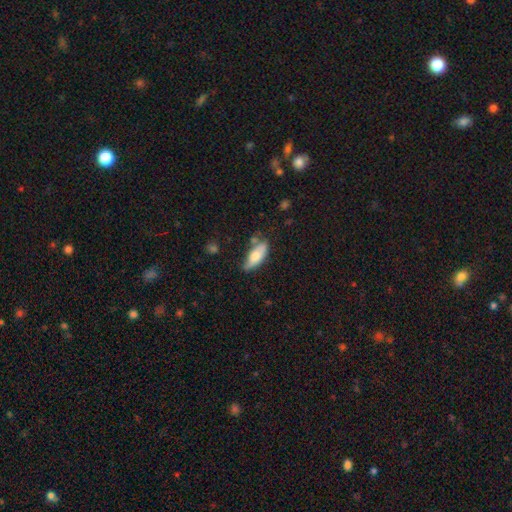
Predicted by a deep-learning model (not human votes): Smooth or featured?
  - smooth: 73% *
  - featured or disk: 21%
  - star or artifact: 6%
How rounded?
  - in between: 76% *
  - cigar-shaped: 22%
  - round: 2%
Merging?
  - none: 52% *
  - minor disturbance: 30%
  - merger: 10%
  - major disturbance: 8%